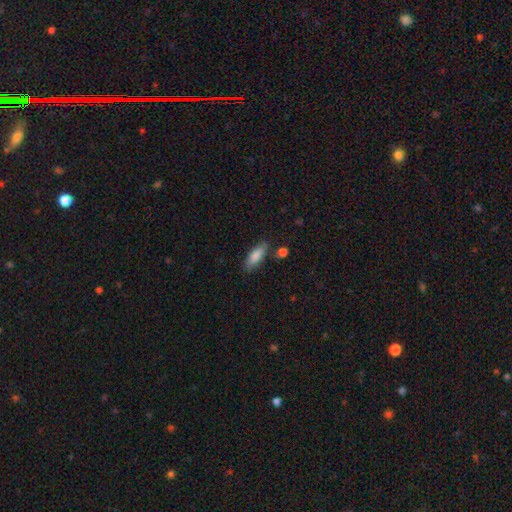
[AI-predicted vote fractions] smooth 81%, featured or disk 12%, star or artifact 7%. Down the decision tree: how rounded — in between (65%); merging — none (72%).